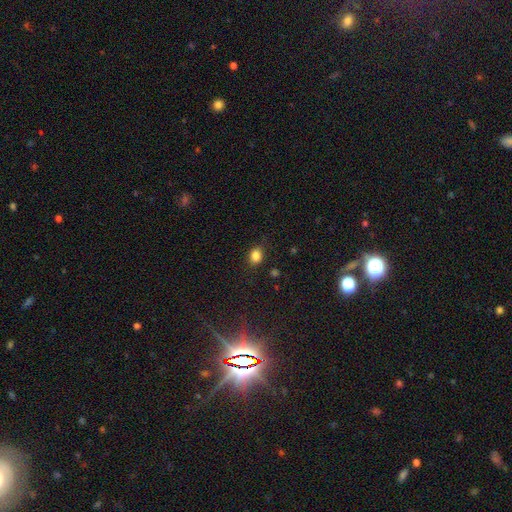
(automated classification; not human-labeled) smooth_or_featured: smooth (p=0.84) [alt: star or artifact p=0.11]
how_rounded: in between (p=0.55) [alt: round p=0.44]
merging: none (p=0.82) [alt: minor disturbance p=0.13]